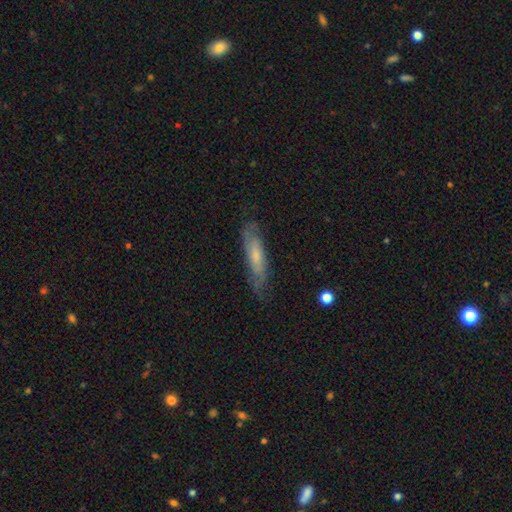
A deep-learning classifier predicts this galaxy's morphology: Smooth or featured: featured or disk — 52% (smooth — 41%)
Edge-on disk: no — 59% (yes — 41%)
Merging: none — 72% (minor disturbance — 20%)